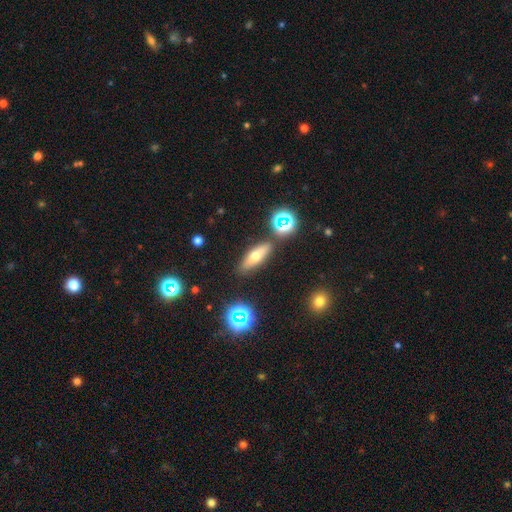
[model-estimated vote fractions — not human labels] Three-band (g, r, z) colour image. It shows a smooth galaxy with no disk features (56%) that is in between round and cigar-shaped (49%). Merging: none (82%).